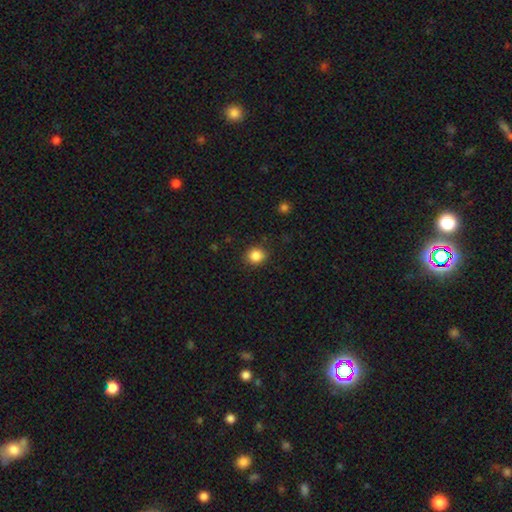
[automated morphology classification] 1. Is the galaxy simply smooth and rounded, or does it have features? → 85% smooth, 10% star or artifact, 4% featured or disk.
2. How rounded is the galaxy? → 79% round, 20% in between, 1% cigar-shaped.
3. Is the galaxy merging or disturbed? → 89% none, 8% minor disturbance, 2% major disturbance, 1% merger.